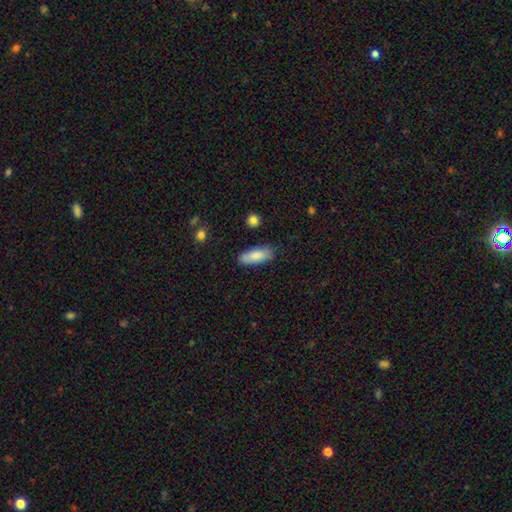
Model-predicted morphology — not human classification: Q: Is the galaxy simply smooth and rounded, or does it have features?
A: smooth — 83%.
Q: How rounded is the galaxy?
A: in between — 73%.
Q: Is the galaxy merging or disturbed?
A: none — 79%.